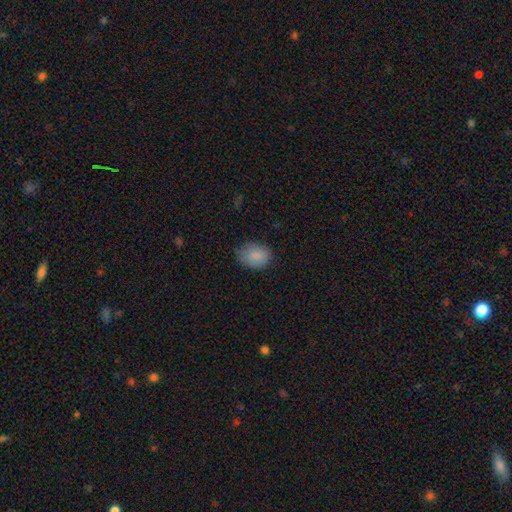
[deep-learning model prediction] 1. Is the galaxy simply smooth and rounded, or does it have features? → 87% smooth, 8% star or artifact, 5% featured or disk.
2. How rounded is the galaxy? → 61% in between, 38% round, 1% cigar-shaped.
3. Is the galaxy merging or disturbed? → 73% none, 21% minor disturbance, 4% major disturbance, 1% merger.